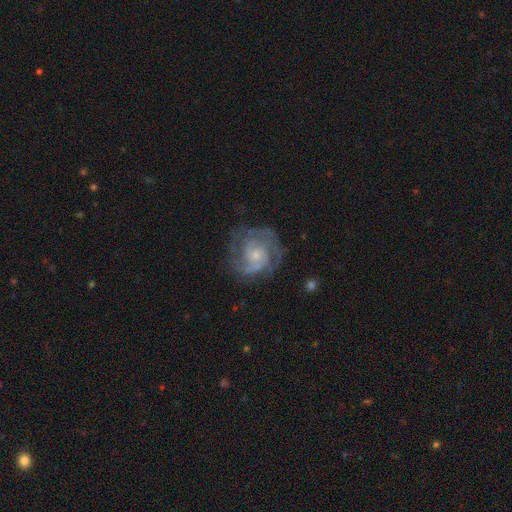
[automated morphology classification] A featured or disk galaxy (87%) with no bar (67%), 2 (54%) tight (52%) spiral arms (97%) and a small central bulge (62%).

Vote fractions:
- Smooth or featured? featured or disk: 87% / smooth: 7% / star or artifact: 5%
- Edge-on disk? no: 98% / yes: 2%
- Bar? no: 67% / weak: 28% / strong: 5%
- Spiral arms? yes: 97% / no: 3%
- Spiral winding? tight: 52% / medium: 40% / loose: 8%
- Spiral arm count? 2: 54% / 3: 21% / can't tell: 14% / 4: 4% / 1: 4% / more than 4: 3%
- Bulge size? small: 62% / moderate: 29% / none: 5% / large: 2% / dominant: 1%
- Merging? none: 72% / minor disturbance: 17% / major disturbance: 9% / merger: 1%